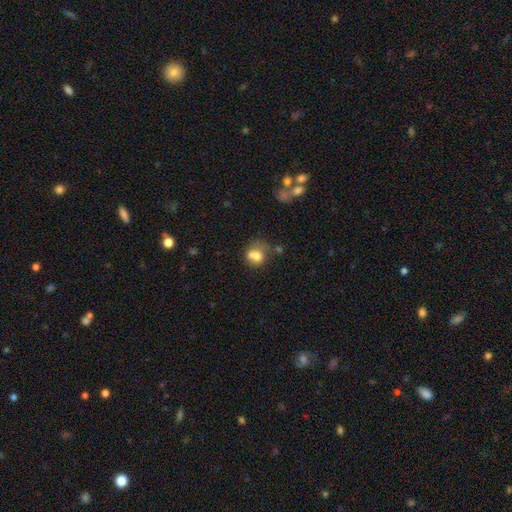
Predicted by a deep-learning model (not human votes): smooth-or-featured: smooth: 71% | featured or disk: 18% | star or artifact: 11%
  how-rounded: round: 57% | in between: 42% | cigar-shaped: 1%
  merging: merger: 42% | none: 31% | minor disturbance: 17% | major disturbance: 10%